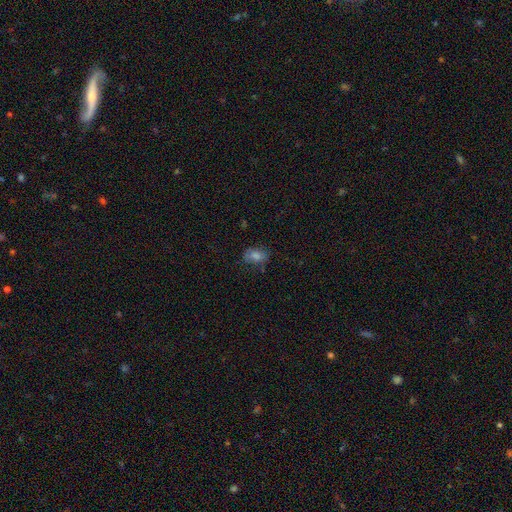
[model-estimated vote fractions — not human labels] Smooth or featured? smooth (65%)
How rounded? in between (74%)
Merging? none (69%)